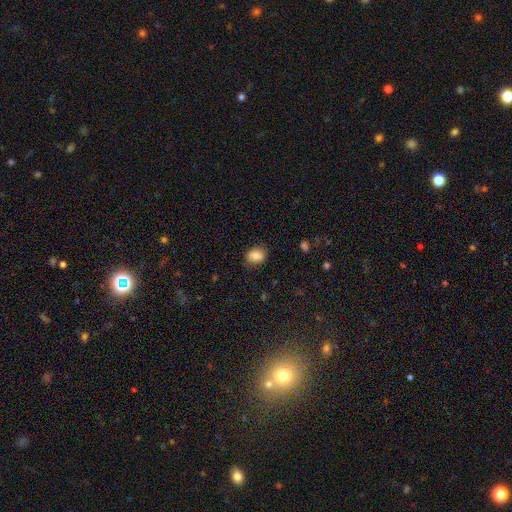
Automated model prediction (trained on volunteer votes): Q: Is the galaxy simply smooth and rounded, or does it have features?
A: smooth — 83%.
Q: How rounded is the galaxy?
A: in between — 52%.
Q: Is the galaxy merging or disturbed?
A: none — 81%.